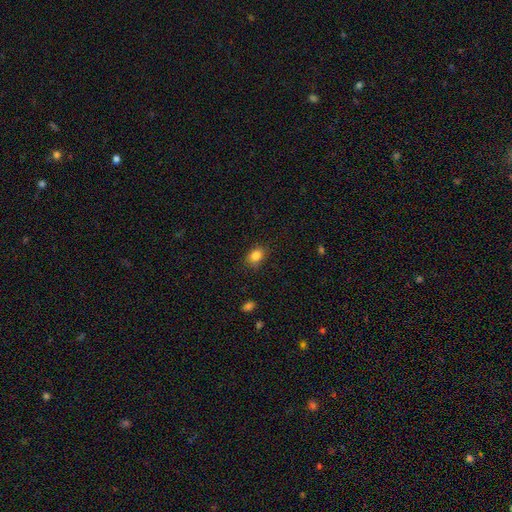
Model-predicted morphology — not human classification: This is clearly a smooth galaxy (84%). How rounded: likely in between (67%). Merging: clearly none (81%).